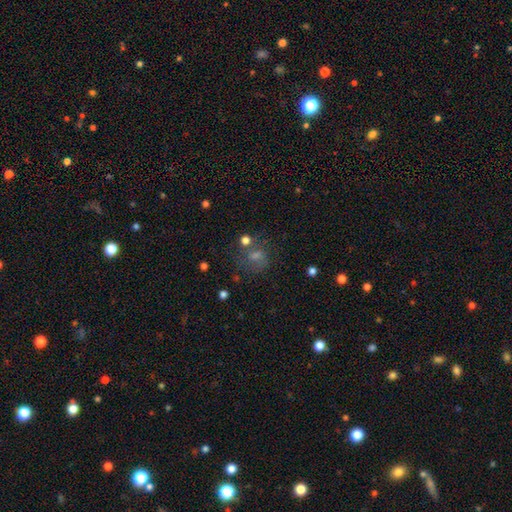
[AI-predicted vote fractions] Morphology: type=smooth (39%); merging=none (60%).